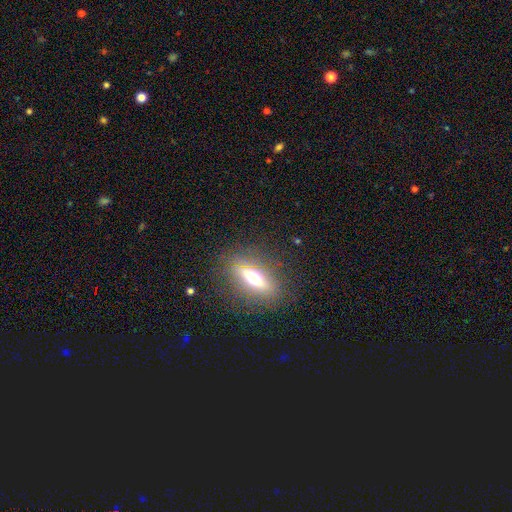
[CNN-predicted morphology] Q: Smooth or featured?
A: smooth (36%); runner-up: featured or disk (35%)
Q: Merging?
A: none (89%); runner-up: minor disturbance (7%)